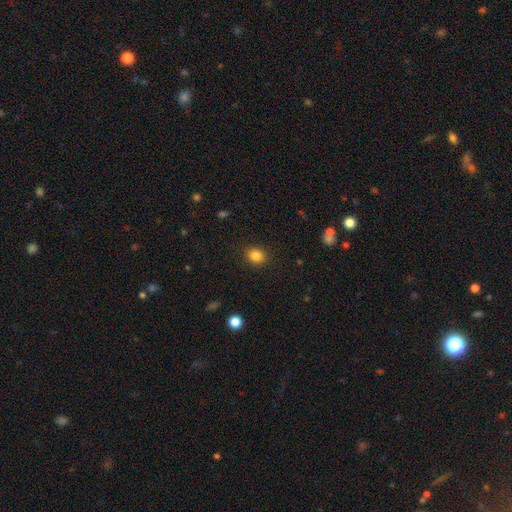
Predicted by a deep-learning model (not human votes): Overall: smooth (85%). How rounded: round (66%; in between 33%). Merging: none (90%).